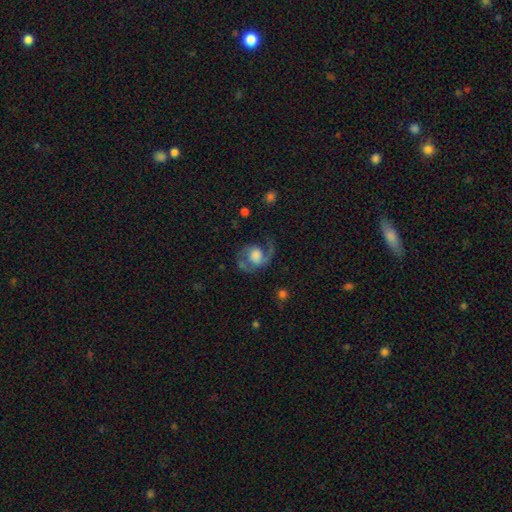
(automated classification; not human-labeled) This appears to be a featured or disk galaxy (76%) with no bar (65%), 2 (78%) medium (49%) spiral arms (93%) and a large central bulge (50%). Merging: none (58%).